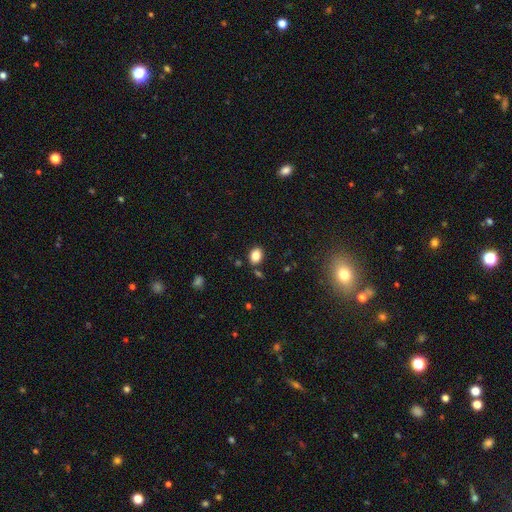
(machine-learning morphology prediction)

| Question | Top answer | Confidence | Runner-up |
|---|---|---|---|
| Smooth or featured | smooth | 84% | star or artifact (10%) |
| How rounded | in between | 69% | round (30%) |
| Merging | none | 81% | minor disturbance (11%) |